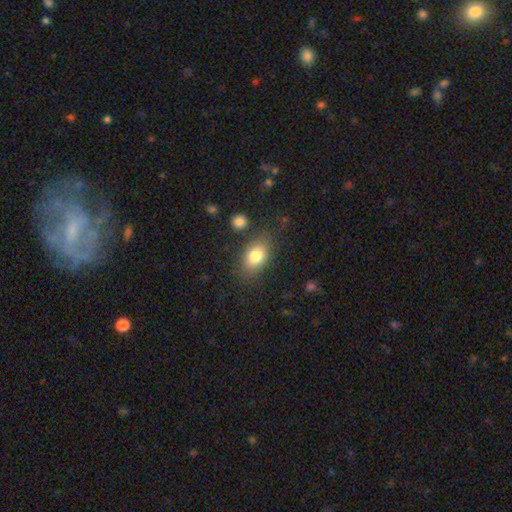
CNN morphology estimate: Q: Smooth or featured?
A: smooth (80%); runner-up: featured or disk (11%)
Q: How rounded?
A: in between (82%); runner-up: round (16%)
Q: Merging?
A: none (76%); runner-up: minor disturbance (15%)